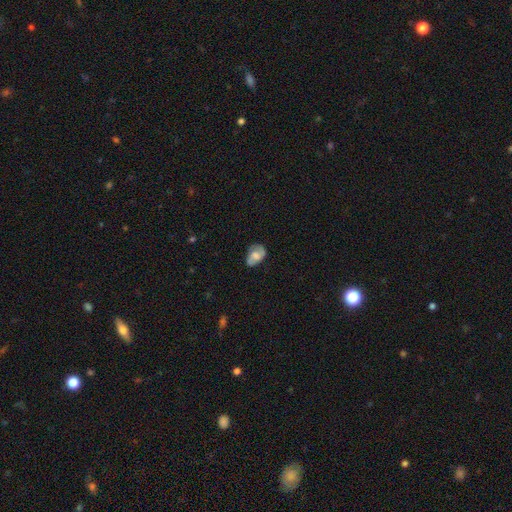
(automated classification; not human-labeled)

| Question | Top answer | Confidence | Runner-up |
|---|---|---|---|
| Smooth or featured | smooth | 50% | featured or disk (43%) |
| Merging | none | 60% | minor disturbance (28%) |